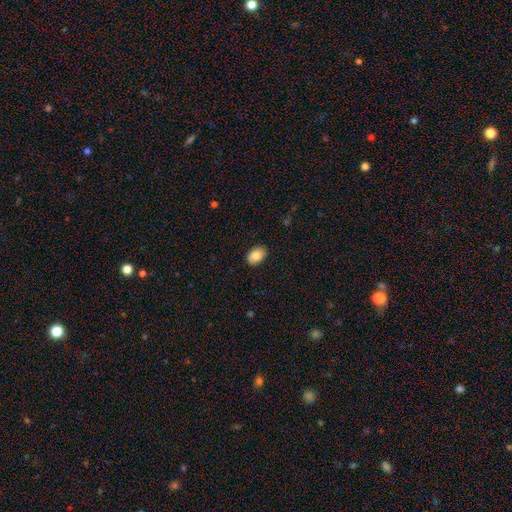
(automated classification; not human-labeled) Q: Smooth or featured?
A: smooth (84%); runner-up: featured or disk (8%)
Q: How rounded?
A: in between (88%); runner-up: round (11%)
Q: Merging?
A: none (87%); runner-up: minor disturbance (10%)